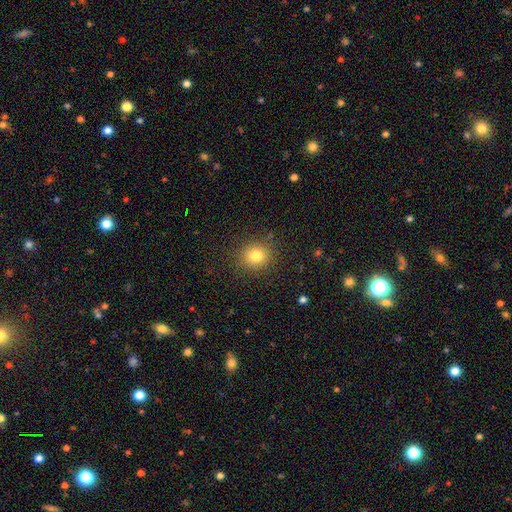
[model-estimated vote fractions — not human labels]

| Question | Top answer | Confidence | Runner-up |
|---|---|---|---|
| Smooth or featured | smooth | 80% | star or artifact (12%) |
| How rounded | round | 82% | in between (17%) |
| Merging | none | 88% | minor disturbance (8%) |